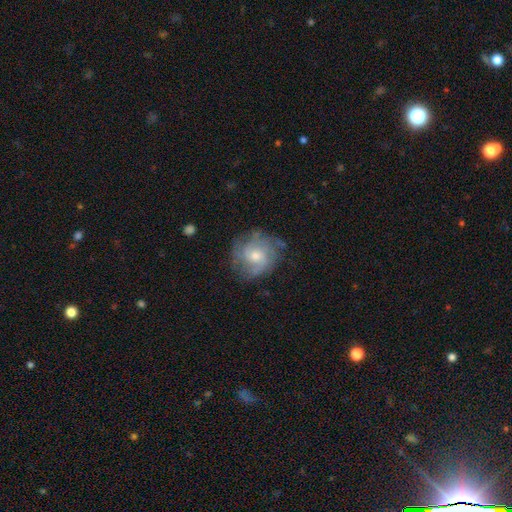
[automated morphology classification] featured or disk 67%, smooth 25%, star or artifact 8%. Down the decision tree: edge-on disk — no (97%); bar — no (73%); spiral arms — yes (86%); spiral arm count — can't tell (40%); spiral winding — tight (48%); bulge size — moderate (58%); merging — none (70%).